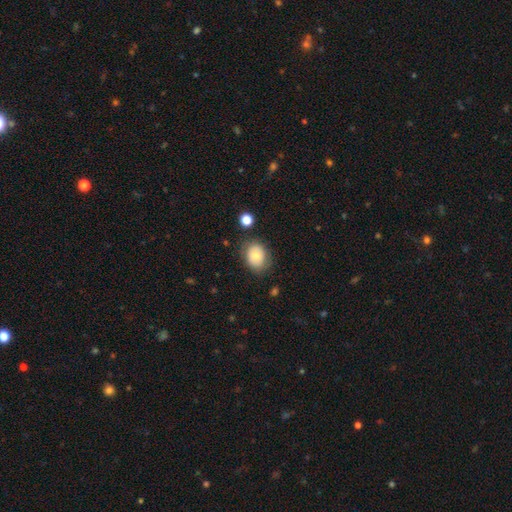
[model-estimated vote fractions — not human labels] Overall: smooth (77%). How rounded: in between (53%; round 46%). Merging: none (76%).